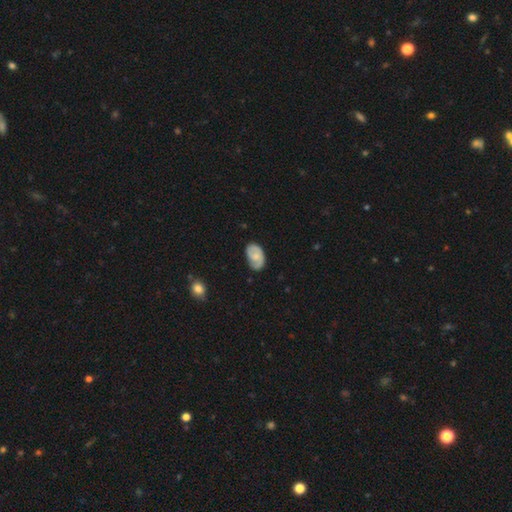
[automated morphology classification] Smooth or featured?
  - featured or disk: 47% * (tied)
  - smooth: 47% * (tied)
  - star or artifact: 7%
Merging?
  - none: 67% *
  - minor disturbance: 25%
  - major disturbance: 7%
  - merger: 2%